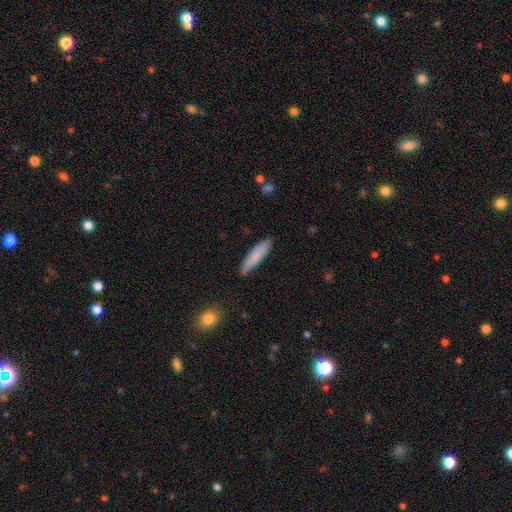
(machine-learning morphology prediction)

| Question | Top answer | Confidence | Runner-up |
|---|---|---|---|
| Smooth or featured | smooth | 79% | featured or disk (15%) |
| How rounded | cigar-shaped | 80% | in between (19%) |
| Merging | none | 86% | minor disturbance (11%) |